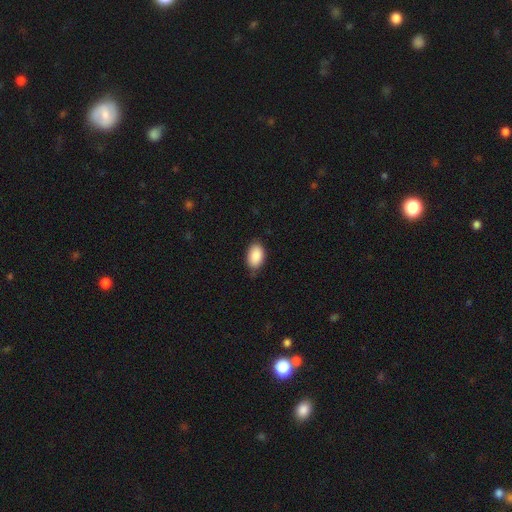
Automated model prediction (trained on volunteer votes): Smooth or featured?
  - smooth: 89% *
  - star or artifact: 7%
  - featured or disk: 4%
How rounded?
  - in between: 91% *
  - round: 8%
  - cigar-shaped: 1%
Merging?
  - none: 78% *
  - minor disturbance: 18%
  - major disturbance: 3%
  - merger: 1%